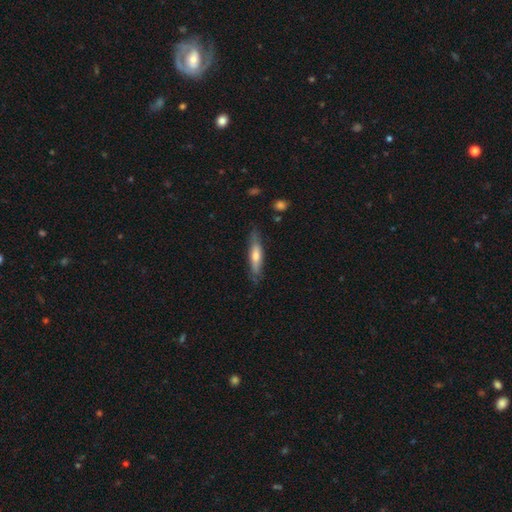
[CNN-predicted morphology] Smooth or featured? Predicted: smooth (p=0.56). How rounded? Predicted: cigar-shaped (p=0.80). Merging? Predicted: none (p=0.78).